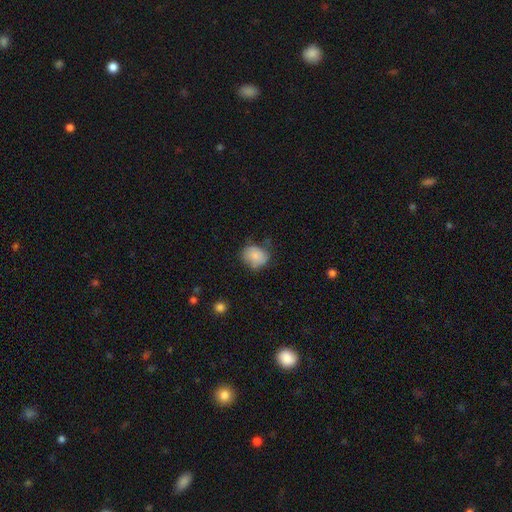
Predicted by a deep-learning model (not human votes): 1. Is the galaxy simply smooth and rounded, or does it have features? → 81% smooth, 11% featured or disk, 8% star or artifact.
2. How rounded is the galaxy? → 60% round, 39% in between, 1% cigar-shaped.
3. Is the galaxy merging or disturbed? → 59% none, 30% minor disturbance, 8% major disturbance, 3% merger.